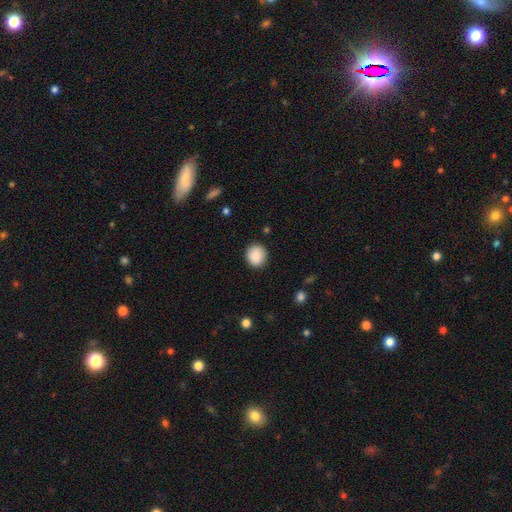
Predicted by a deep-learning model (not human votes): Smooth or featured? smooth (89%)
How rounded? round (85%)
Merging? none (88%)